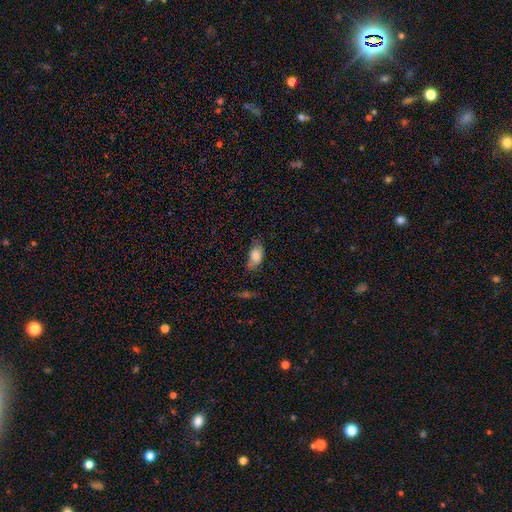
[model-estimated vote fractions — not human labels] Q: Smooth or featured?
A: smooth (80%); runner-up: featured or disk (12%)
Q: How rounded?
A: in between (90%); runner-up: round (5%)
Q: Merging?
A: none (54%); runner-up: minor disturbance (33%)